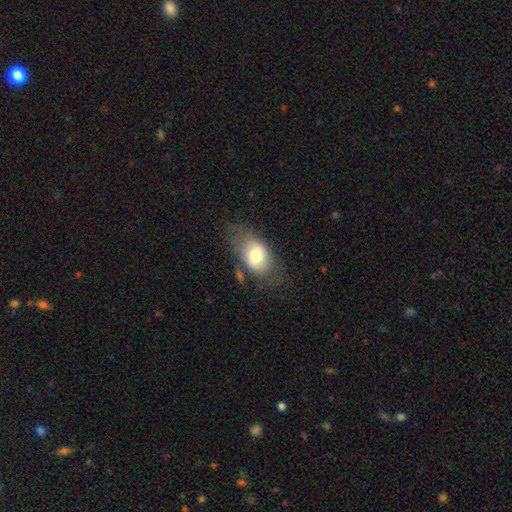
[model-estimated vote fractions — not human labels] Smooth or featured: smooth — 69% (featured or disk — 24%)
How rounded: in between — 85% (round — 13%)
Merging: none — 63% (minor disturbance — 22%)